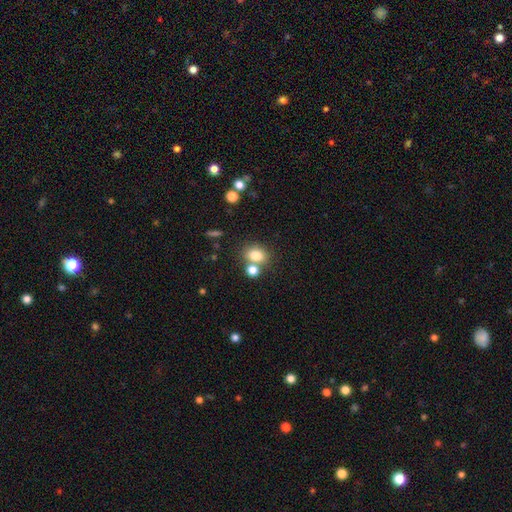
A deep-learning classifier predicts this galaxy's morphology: Smooth or featured: smooth — 79% (star or artifact — 12%)
How rounded: in between — 51% (round — 48%)
Merging: none — 59% (merger — 27%)